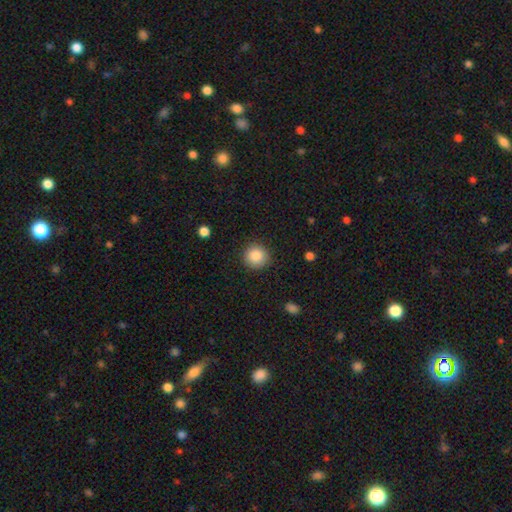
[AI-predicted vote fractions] A smooth galaxy with no disk features (87%) that is round (93%).

Vote fractions:
- Smooth or featured? smooth: 87% / star or artifact: 9% / featured or disk: 4%
- How rounded? round: 93% / in between: 6% / cigar-shaped: 1%
- Merging? none: 89% / minor disturbance: 8% / major disturbance: 3% / merger: 1%